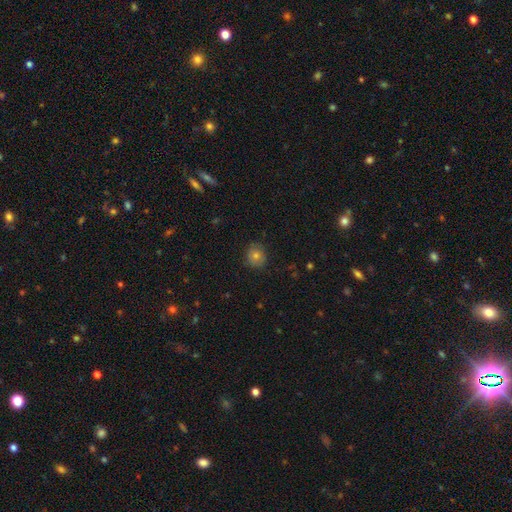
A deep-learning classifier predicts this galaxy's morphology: A smooth galaxy with no disk features (69%) that is round (84%). Merging: none (84%).